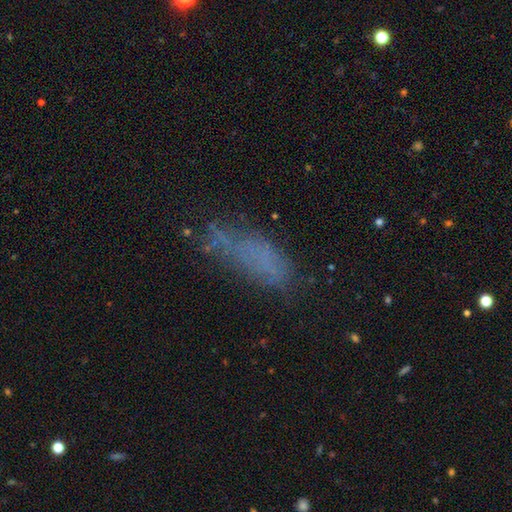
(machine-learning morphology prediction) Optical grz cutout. It shows a smooth galaxy with no disk features (54%) that is in between round and cigar-shaped (63%). Merging: none (49%).